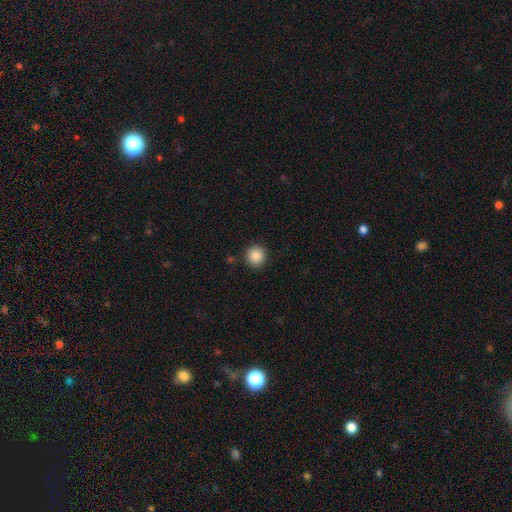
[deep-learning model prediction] Q: Smooth or featured?
A: smooth (87%); runner-up: star or artifact (9%)
Q: How rounded?
A: round (94%); runner-up: in between (5%)
Q: Merging?
A: none (91%); runner-up: minor disturbance (5%)